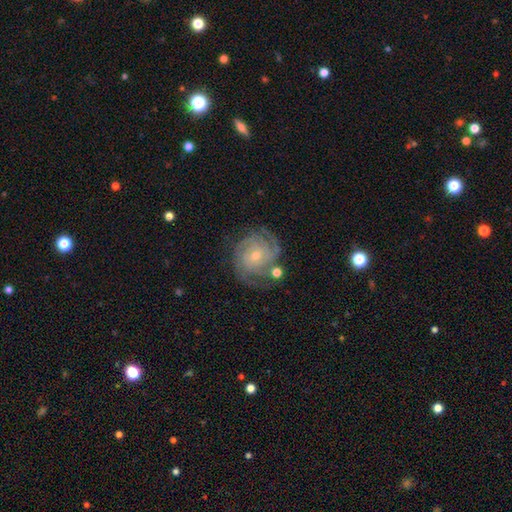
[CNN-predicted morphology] featured or disk 86%, smooth 7%, star or artifact 7%. Down the decision tree: edge-on disk — no (98%); bar — no (74%); spiral arms — yes (97%); spiral arm count — 3 (29%); spiral winding — tight (75%); bulge size — small (69%); merging — none (73%).